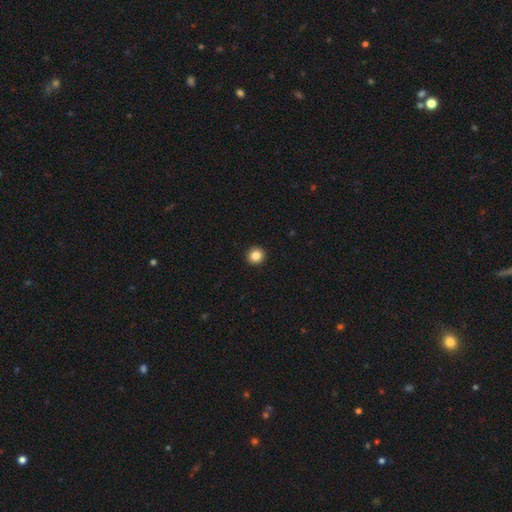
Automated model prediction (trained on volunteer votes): A smooth galaxy with no disk features (85%) that is round (95%). Merging: none (94%).